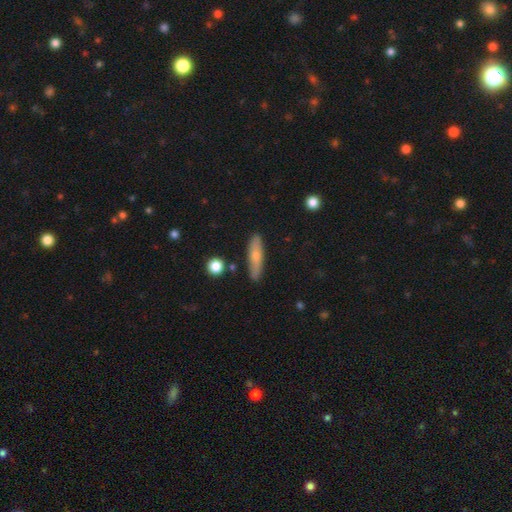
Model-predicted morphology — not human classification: smooth 65%, featured or disk 28%, star or artifact 6%. Down the decision tree: how rounded — cigar-shaped (72%); merging — none (83%).